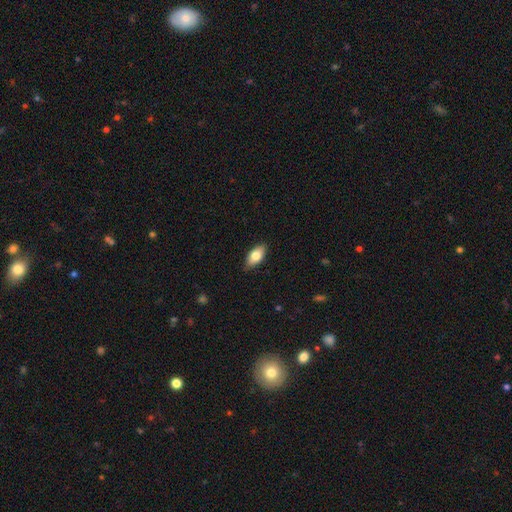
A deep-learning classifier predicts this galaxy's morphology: A smooth galaxy with no disk features (77%) that is in between round and cigar-shaped (90%).

Vote fractions:
- Smooth or featured? smooth: 77% / featured or disk: 16% / star or artifact: 6%
- How rounded? in between: 90% / cigar-shaped: 7% / round: 3%
- Merging? none: 86% / minor disturbance: 11% / major disturbance: 2% / merger: 1%